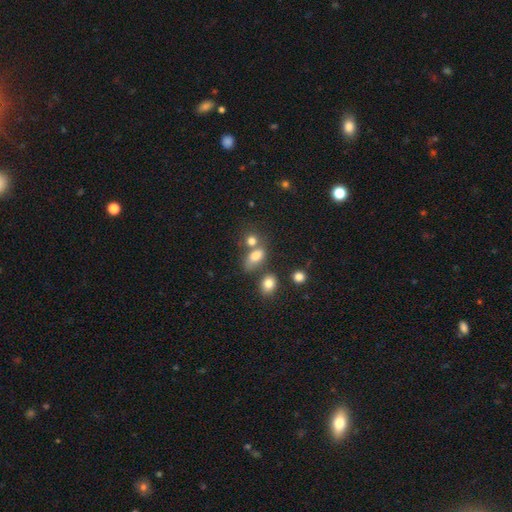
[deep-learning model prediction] Smooth or featured? smooth (77%)
How rounded? in between (75%)
Merging? none (43%)